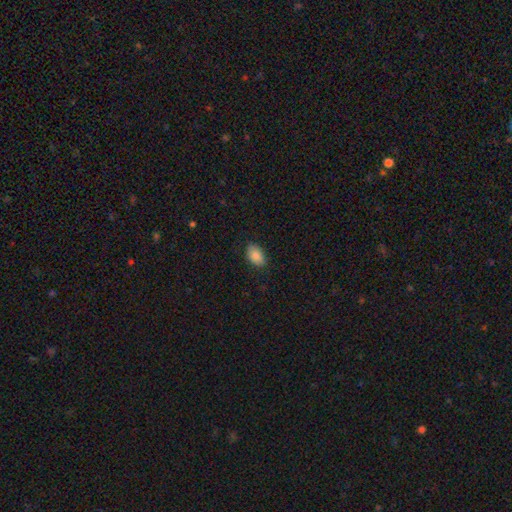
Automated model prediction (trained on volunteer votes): This is clearly a smooth galaxy (88%). How rounded: clearly in between (91%). Merging: clearly none (84%).